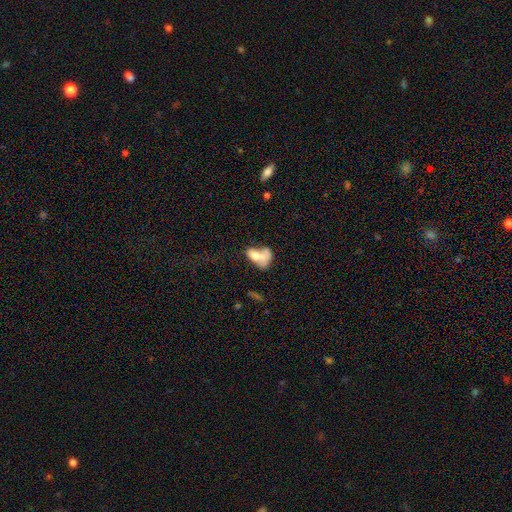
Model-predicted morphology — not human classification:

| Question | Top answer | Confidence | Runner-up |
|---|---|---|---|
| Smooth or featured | smooth | 62% | featured or disk (29%) |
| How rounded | in between | 79% | round (19%) |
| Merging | merger | 65% | none (15%) |